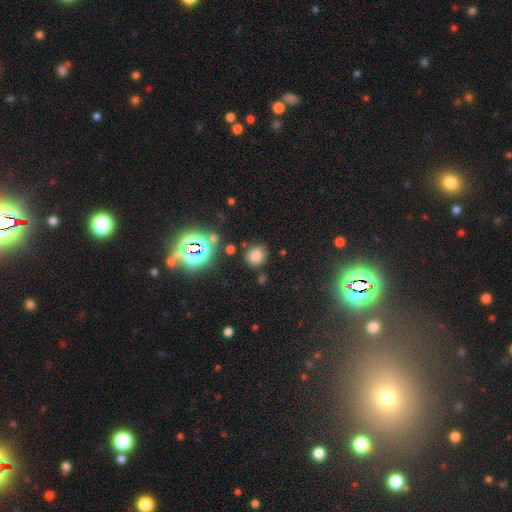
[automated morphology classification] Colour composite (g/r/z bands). It shows a smooth galaxy with no disk features (73%) that is round (83%). Merging: none (81%).